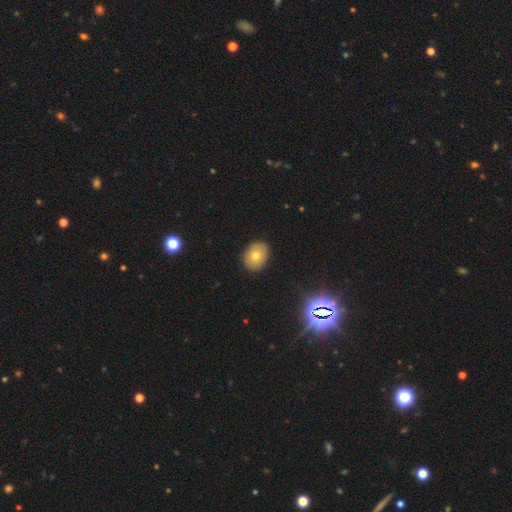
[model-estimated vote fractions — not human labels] Overall: smooth (70%). How rounded: in between (67%; round 32%). Merging: none (89%).